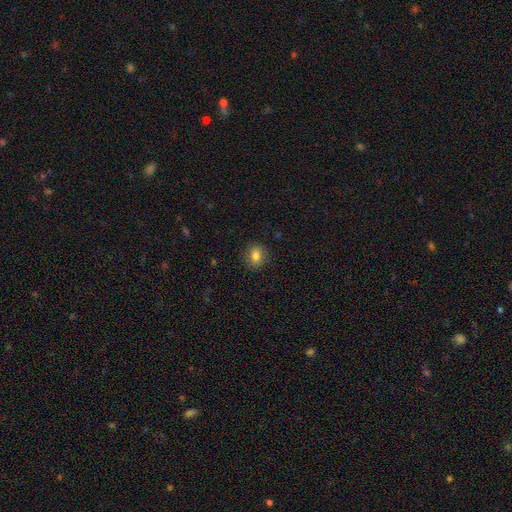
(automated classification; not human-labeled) Smooth or featured? Predicted: smooth (p=0.82). How rounded? Predicted: in between (p=0.49, tied with round). Merging? Predicted: none (p=0.87).